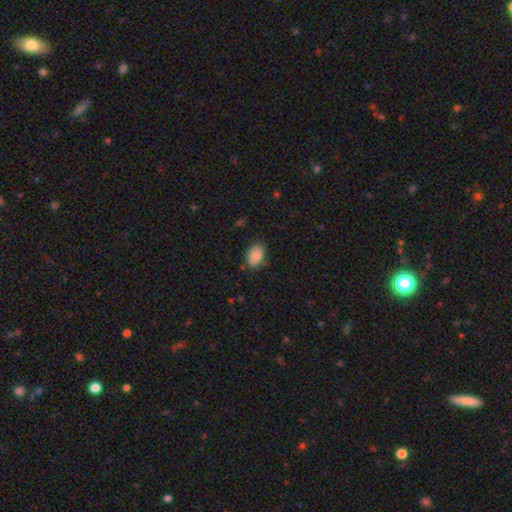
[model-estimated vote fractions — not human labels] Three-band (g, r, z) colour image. It shows a smooth galaxy with no disk features (88%) that is in between round and cigar-shaped (86%). Merging: none (82%).